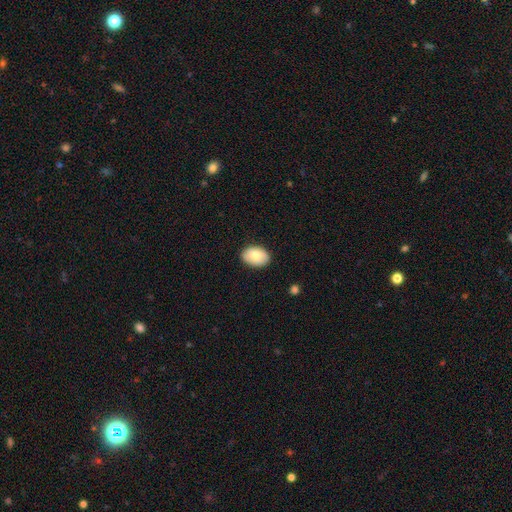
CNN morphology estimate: Overall: smooth (80%). How rounded: in between (84%). Merging: none (87%).